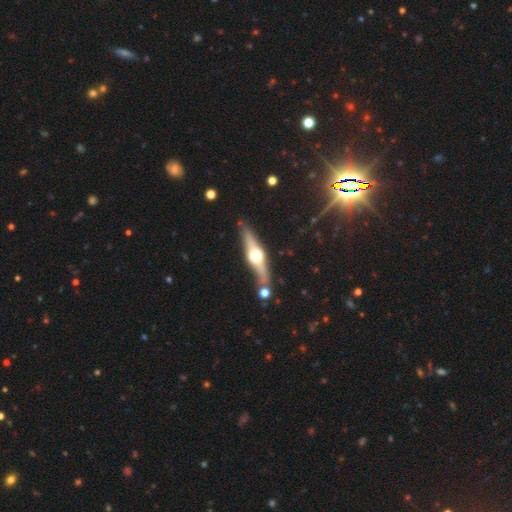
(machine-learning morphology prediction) Q: Smooth or featured?
A: featured or disk (72%); runner-up: smooth (22%)
Q: Edge-on disk?
A: yes (95%); runner-up: no (5%)
Q: Edge-on bulge?
A: rounded (96%); runner-up: boxy (3%)
Q: Merging?
A: none (79%); runner-up: minor disturbance (12%)